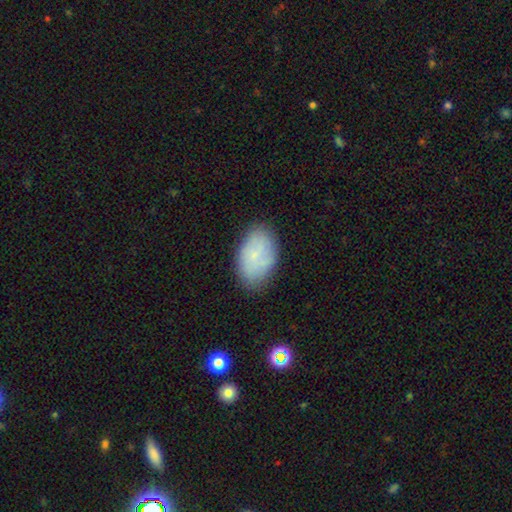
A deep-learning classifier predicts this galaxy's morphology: Smooth or featured? smooth (68%)
How rounded? in between (91%)
Merging? none (76%)